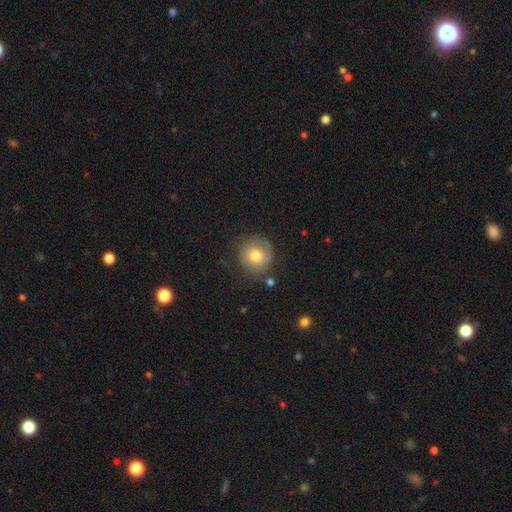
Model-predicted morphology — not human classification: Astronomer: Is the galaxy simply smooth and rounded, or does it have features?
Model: smooth — 72%.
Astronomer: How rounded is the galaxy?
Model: round — 92%.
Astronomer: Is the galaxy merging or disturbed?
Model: none — 74%.